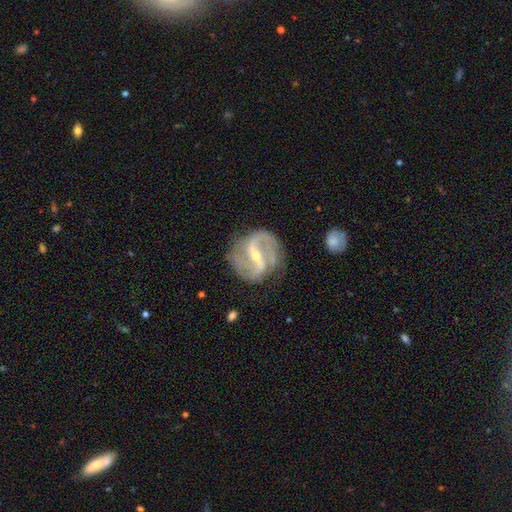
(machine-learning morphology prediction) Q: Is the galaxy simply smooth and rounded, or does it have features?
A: featured or disk — 91%.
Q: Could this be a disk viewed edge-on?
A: no — 97%.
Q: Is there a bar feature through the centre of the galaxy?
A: strong — 62%.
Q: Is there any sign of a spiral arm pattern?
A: yes — 96%.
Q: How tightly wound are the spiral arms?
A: medium — 49%.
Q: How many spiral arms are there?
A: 2 — 88%.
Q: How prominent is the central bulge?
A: small — 64%.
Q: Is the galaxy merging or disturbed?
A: none — 75%.